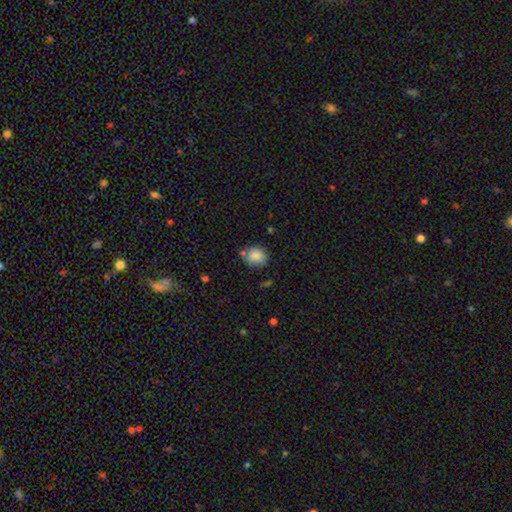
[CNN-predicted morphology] smooth_or_featured: smooth (p=0.87) [alt: star or artifact p=0.08]
how_rounded: round (p=0.71) [alt: in between p=0.28]
merging: none (p=0.70) [alt: minor disturbance p=0.17]